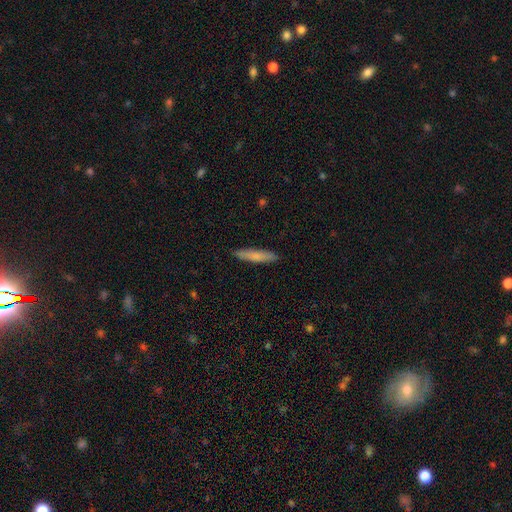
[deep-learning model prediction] Smooth or featured: smooth — 76% (featured or disk — 18%)
How rounded: cigar-shaped — 90% (in between — 9%)
Merging: none — 90% (minor disturbance — 8%)